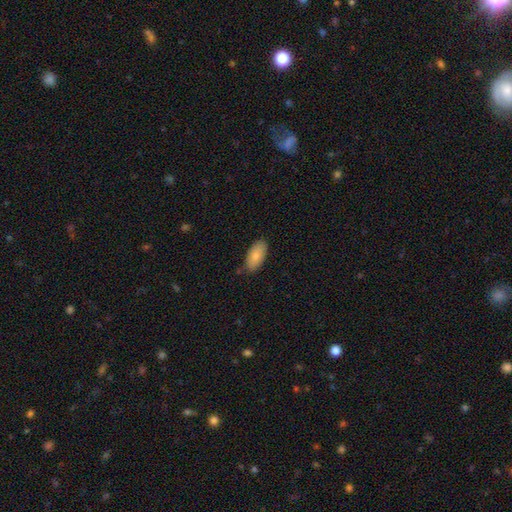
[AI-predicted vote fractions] Overall: smooth (84%). How rounded: in between (92%). Merging: none (82%).